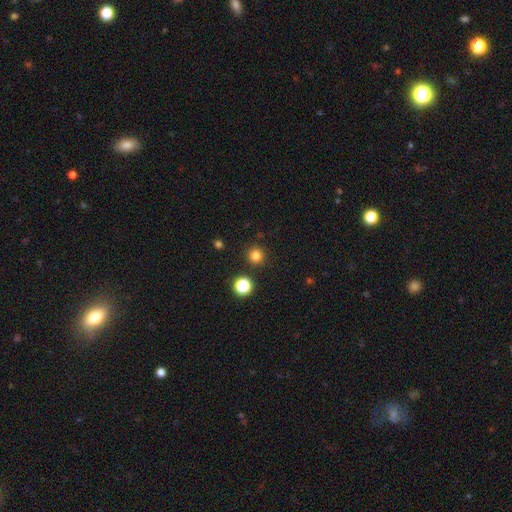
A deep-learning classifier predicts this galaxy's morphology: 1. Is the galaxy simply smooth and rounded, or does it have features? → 80% smooth, 15% star or artifact, 4% featured or disk.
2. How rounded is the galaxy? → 95% round, 4% in between, 1% cigar-shaped.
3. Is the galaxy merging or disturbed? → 90% none, 5% minor disturbance, 3% merger, 2% major disturbance.